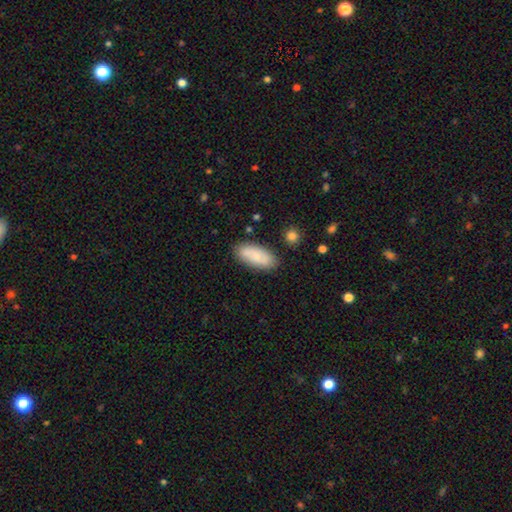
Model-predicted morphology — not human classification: Overall: smooth (71%). How rounded: in between (86%). Merging: none (81%).